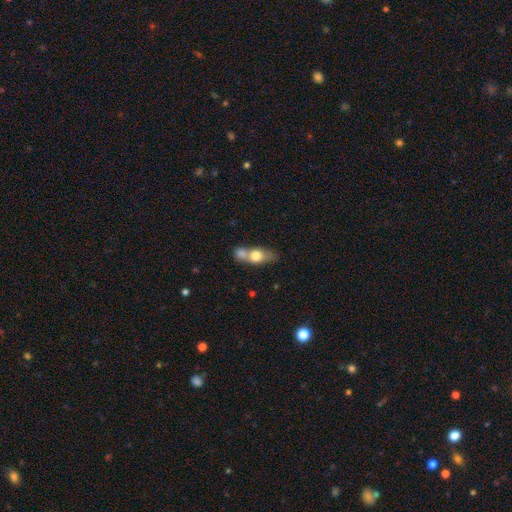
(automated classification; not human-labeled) Overall: smooth (68%). How rounded: in between (61%; round 25%). Merging: merger (59%; none 25%).